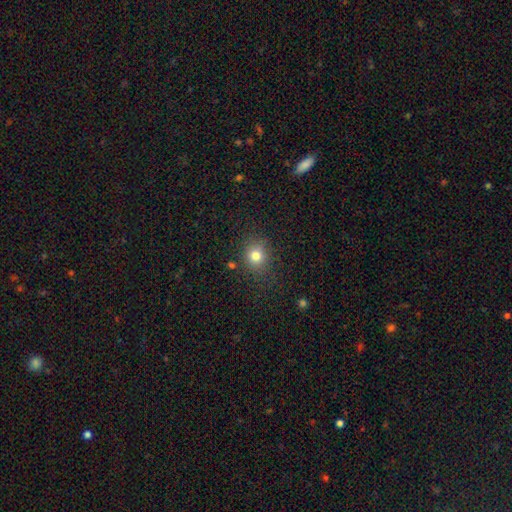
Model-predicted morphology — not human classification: smooth-or-featured: smooth: 79% | star or artifact: 14% | featured or disk: 7%
  how-rounded: round: 82% | in between: 17% | cigar-shaped: 1%
  merging: none: 83% | minor disturbance: 11% | major disturbance: 4% | merger: 3%